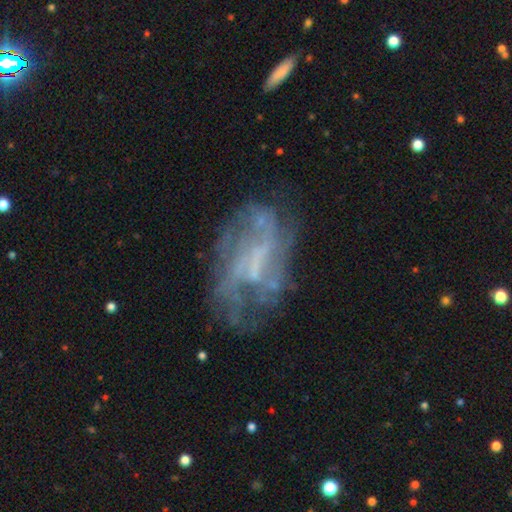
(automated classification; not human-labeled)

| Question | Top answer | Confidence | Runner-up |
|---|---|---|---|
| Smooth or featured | featured or disk | 72% | smooth (16%) |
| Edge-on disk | no | 96% | yes (4%) |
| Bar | no | 45% | weak (38%) |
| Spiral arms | yes | 60% | no (40%) |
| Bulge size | none | 57% | small (26%) |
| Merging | none | 50% | major disturbance (25%) |